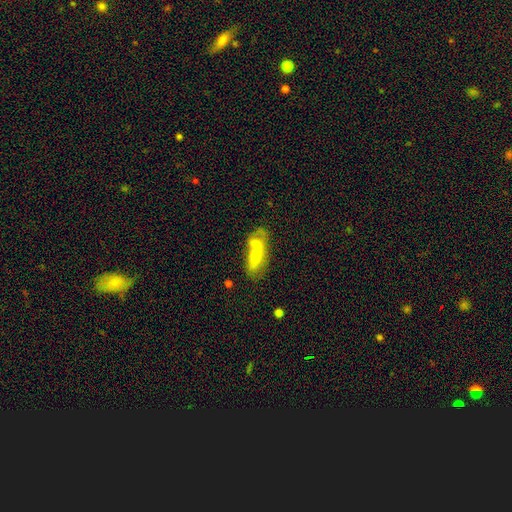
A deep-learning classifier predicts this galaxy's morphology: The model was most divided on "smooth or featured": smooth: 60%, featured or disk: 31%, star or artifact: 8%. More confident: how rounded — in between (72%); merging — merger (69%).